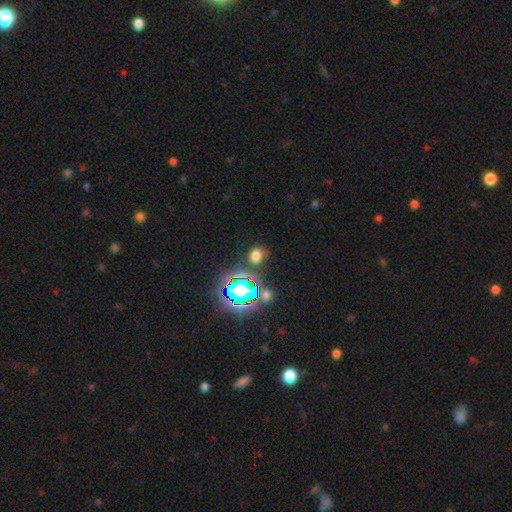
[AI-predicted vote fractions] smooth 64%, star or artifact 29%, featured or disk 7%. Down the decision tree: how rounded — round (69%); merging — none (78%).